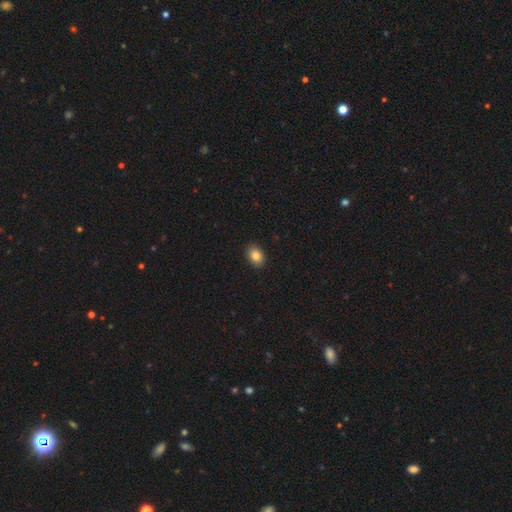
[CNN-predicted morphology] Overall: smooth (85%). How rounded: in between (79%). Merging: none (90%).